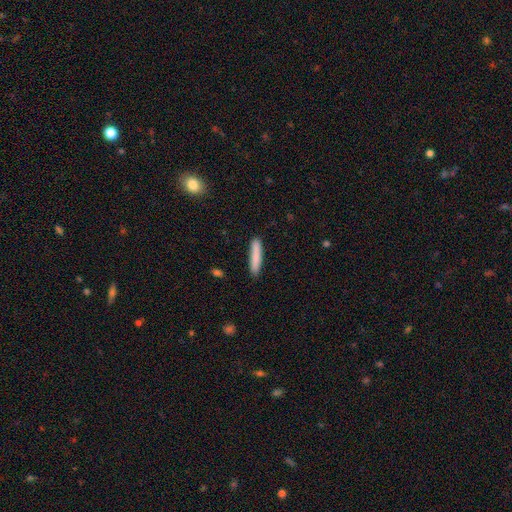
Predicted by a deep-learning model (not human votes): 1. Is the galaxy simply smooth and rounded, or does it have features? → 85% smooth, 9% featured or disk, 6% star or artifact.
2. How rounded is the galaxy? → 91% cigar-shaped, 8% in between, 1% round.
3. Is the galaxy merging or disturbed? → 88% none, 9% minor disturbance, 2% major disturbance, 1% merger.